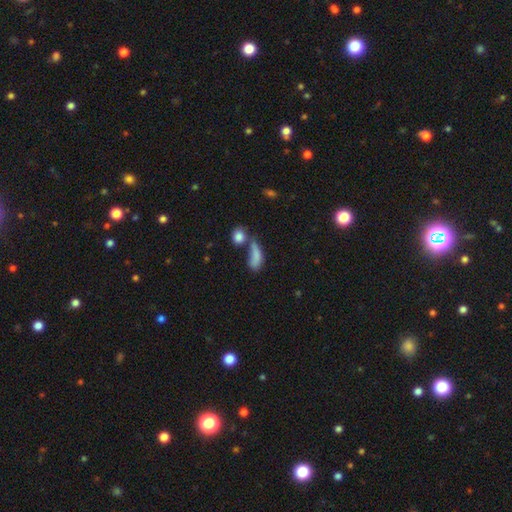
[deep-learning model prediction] Smooth or featured?
  - smooth: 77% *
  - featured or disk: 13%
  - star or artifact: 10%
How rounded?
  - in between: 71% *
  - cigar-shaped: 20%
  - round: 9%
Merging?
  - merger: 40% *
  - none: 28%
  - major disturbance: 16%
  - minor disturbance: 16%